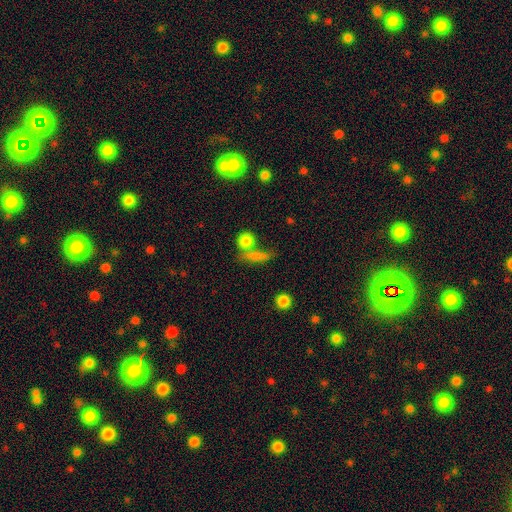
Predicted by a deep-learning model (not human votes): This appears to be a smooth galaxy with no disk features (76%) that is cigar-shaped (40%). Merging: none (56%).